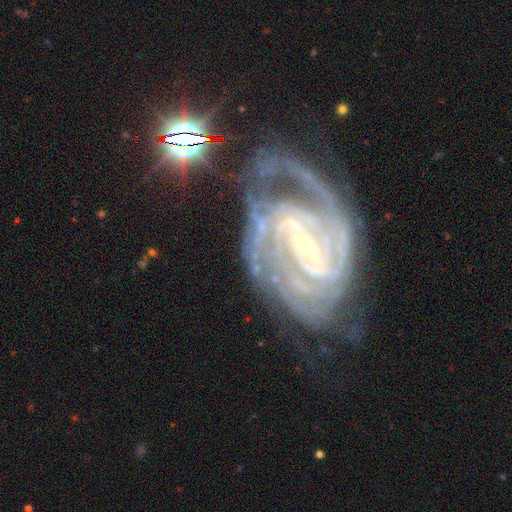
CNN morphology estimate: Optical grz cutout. It shows a featured or disk galaxy (91%) with a strong bar (47%), 2 (31%) tight (64%) spiral arms (98%) and a small central bulge (75%). Merging: none (53%).